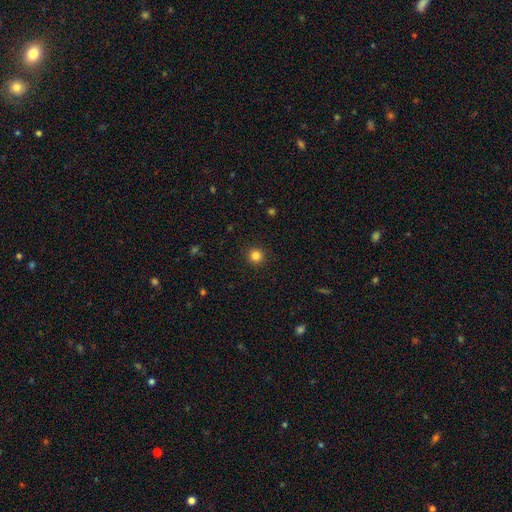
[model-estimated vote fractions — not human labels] Overall: smooth (84%). How rounded: round (95%). Merging: none (92%).